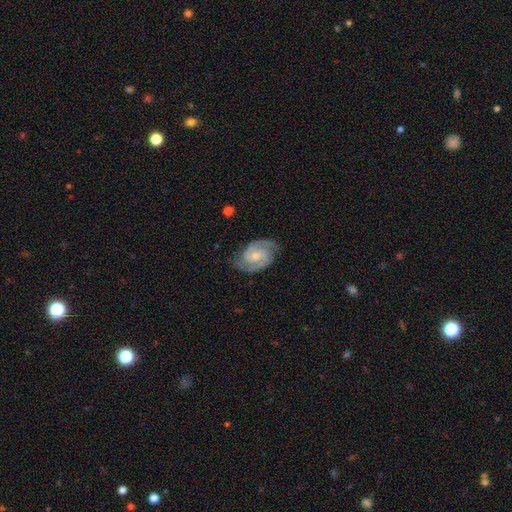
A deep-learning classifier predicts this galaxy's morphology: Smooth or featured: featured or disk — 89% (smooth — 7%)
Edge-on disk: no — 97% (yes — 3%)
Bar: no — 58% (weak — 35%)
Spiral arms: yes — 98% (no — 2%)
Spiral winding: tight — 48% (medium — 44%)
Spiral arm count: 2 — 86% (3 — 6%)
Bulge size: moderate — 46% (small — 45%)
Merging: none — 78% (minor disturbance — 16%)